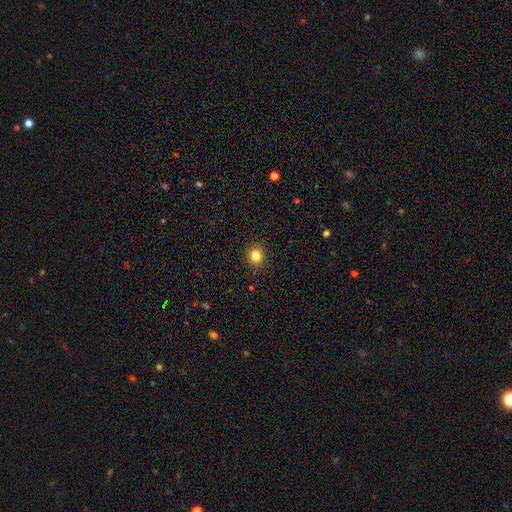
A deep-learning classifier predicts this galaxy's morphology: Smooth or featured? smooth (83%)
How rounded? round (81%)
Merging? none (91%)